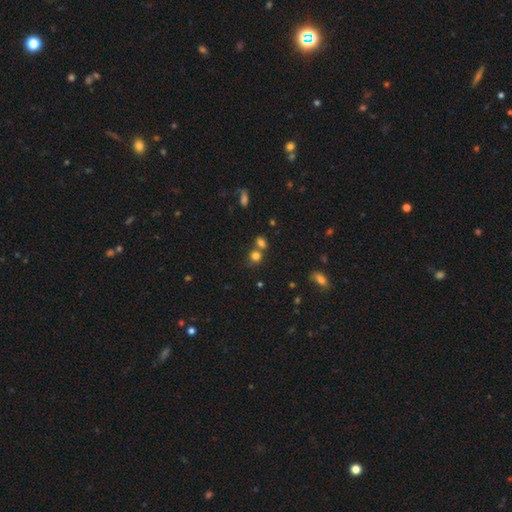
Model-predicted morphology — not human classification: This appears to be a smooth galaxy with no disk features (76%) that is round (77%). Merging: none (53%).